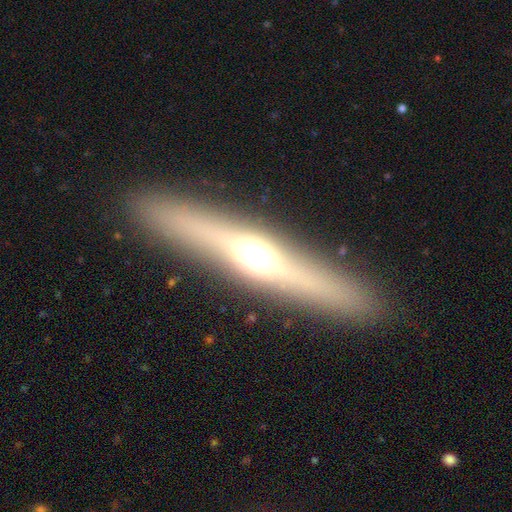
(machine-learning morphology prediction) Smooth or featured?
  - featured or disk: 62% *
  - smooth: 30%
  - star or artifact: 8%
Edge-on disk?
  - yes: 92% *
  - no: 8%
Edge-on bulge?
  - rounded: 91% *
  - none: 5%
  - boxy: 4%
Merging?
  - none: 90% *
  - minor disturbance: 7%
  - major disturbance: 2%
  - merger: 1%